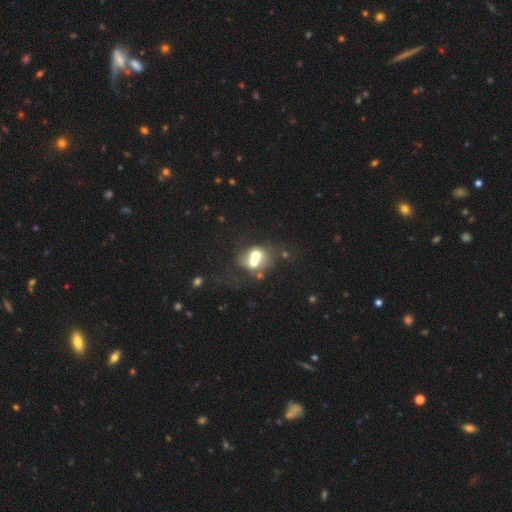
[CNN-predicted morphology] This is possibly a smooth galaxy (53%). How rounded: likely round (63%). Merging: likely merger (63%).